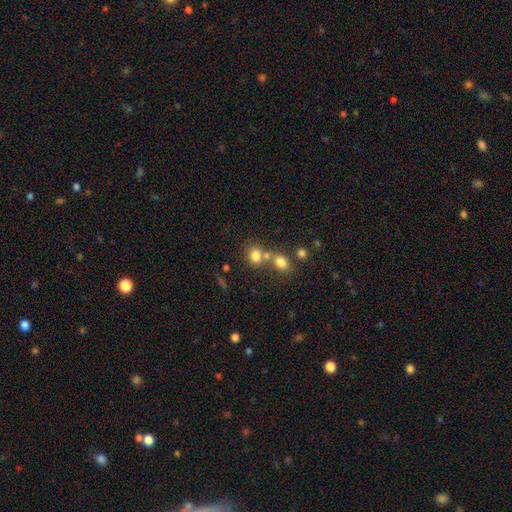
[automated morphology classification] A smooth galaxy with no disk features (77%) that is round (55%). Merging: none (44%).